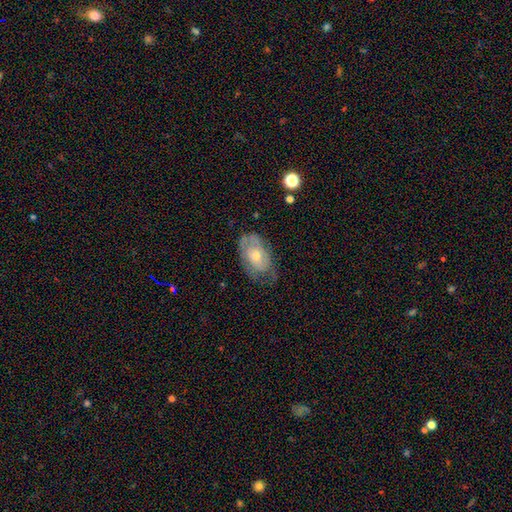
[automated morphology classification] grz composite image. It shows a featured or disk galaxy (55%) with no bar (82%), spiral arms (58%) and a moderate central bulge (50%). Merging: none (56%).